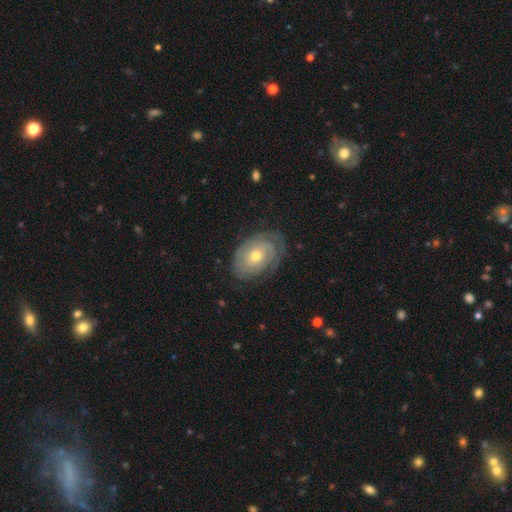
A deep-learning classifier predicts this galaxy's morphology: Smooth or featured: featured or disk — 77% (smooth — 17%)
Edge-on disk: no — 95% (yes — 5%)
Bar: no — 77% (weak — 19%)
Spiral arms: yes — 89% (no — 11%)
Spiral winding: tight — 76% (medium — 18%)
Spiral arm count: can't tell — 40% (2 — 32%)
Bulge size: moderate — 58% (small — 38%)
Merging: none — 74% (minor disturbance — 18%)